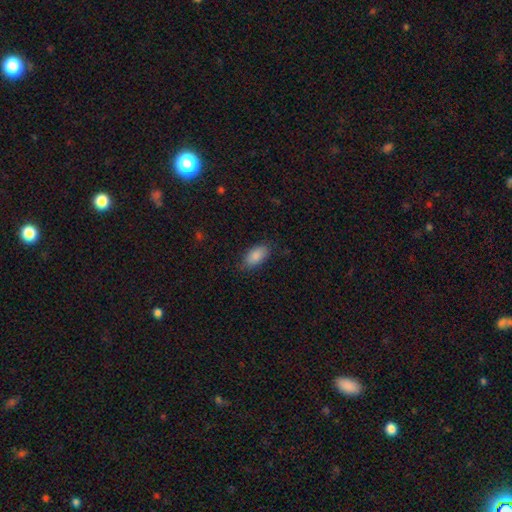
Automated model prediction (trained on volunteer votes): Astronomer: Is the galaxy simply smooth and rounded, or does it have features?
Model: smooth — 88%.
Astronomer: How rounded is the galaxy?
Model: in between — 93%.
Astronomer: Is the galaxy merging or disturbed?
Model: none — 82%.